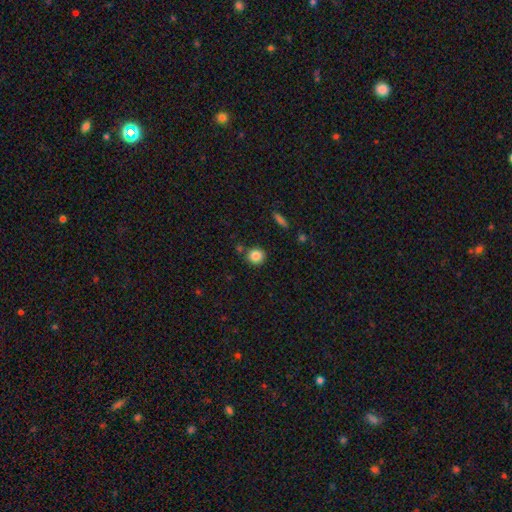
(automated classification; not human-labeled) A smooth galaxy with no disk features (85%) that is round (89%).

Vote fractions:
- Smooth or featured? smooth: 85% / star or artifact: 10% / featured or disk: 5%
- How rounded? round: 89% / in between: 10% / cigar-shaped: 1%
- Merging? none: 82% / minor disturbance: 9% / merger: 7% / major disturbance: 3%